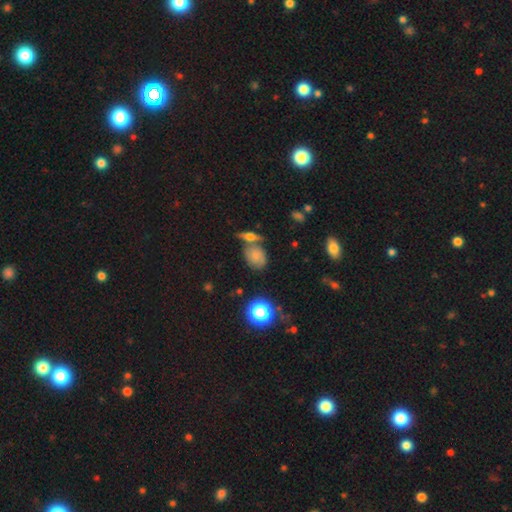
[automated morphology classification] type=smooth (65%); roundness=in between (53%); merging=none (55%).